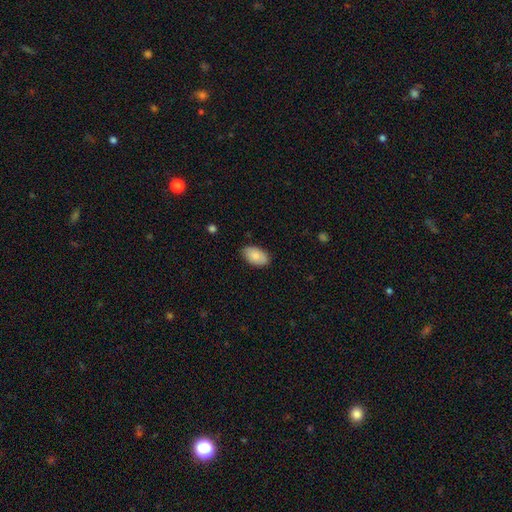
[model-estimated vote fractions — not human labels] smooth_or_featured: smooth (p=0.85) [alt: featured or disk p=0.09]
how_rounded: in between (p=0.94) [alt: round p=0.05]
merging: none (p=0.82) [alt: minor disturbance p=0.15]